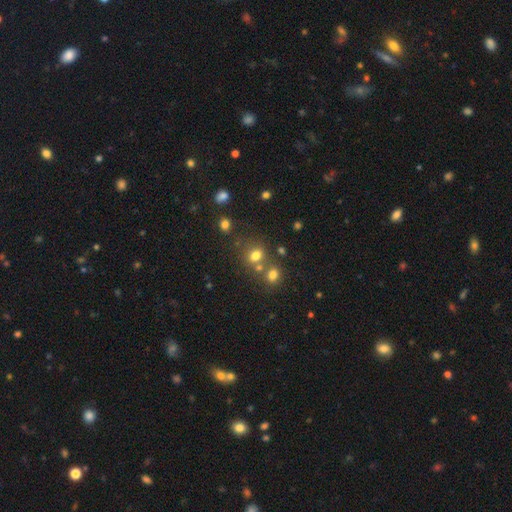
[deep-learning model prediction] This is likely a smooth galaxy (71%). How rounded: possibly round (58%). Merging: possibly none (52%).